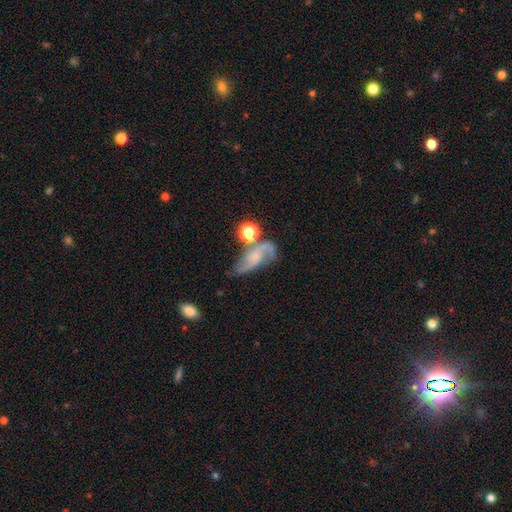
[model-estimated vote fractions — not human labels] Morphology: type=featured or disk (74%); edge-on=no (94%); bar=no (57%); spiral arms=yes (93%); winding=loose (59%); arm count=2 (85%); bulge=small (36%); merging=none (44%).